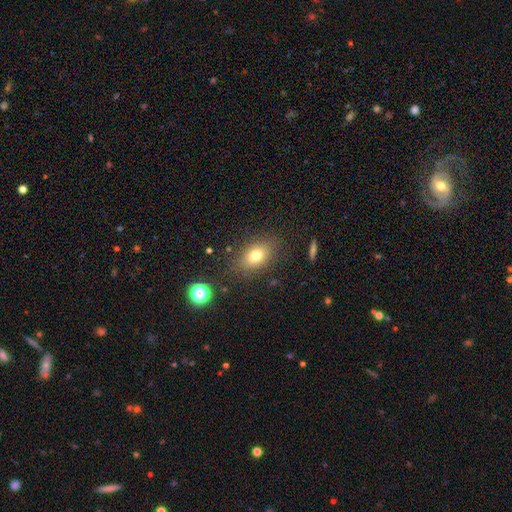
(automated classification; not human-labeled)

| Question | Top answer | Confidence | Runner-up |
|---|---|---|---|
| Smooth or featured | smooth | 76% | featured or disk (13%) |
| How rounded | in between | 78% | round (19%) |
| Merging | none | 82% | minor disturbance (12%) |